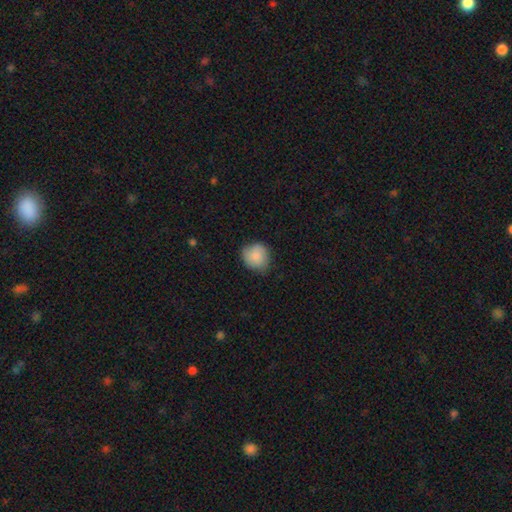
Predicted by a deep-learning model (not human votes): This is clearly a smooth galaxy (84%). How rounded: clearly round (85%). Merging: likely none (72%).